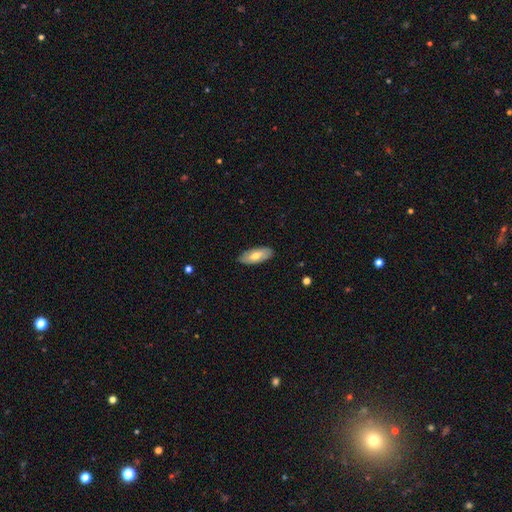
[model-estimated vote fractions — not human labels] This is likely a smooth galaxy (64%). How rounded: clearly in between (85%). Merging: clearly none (86%).